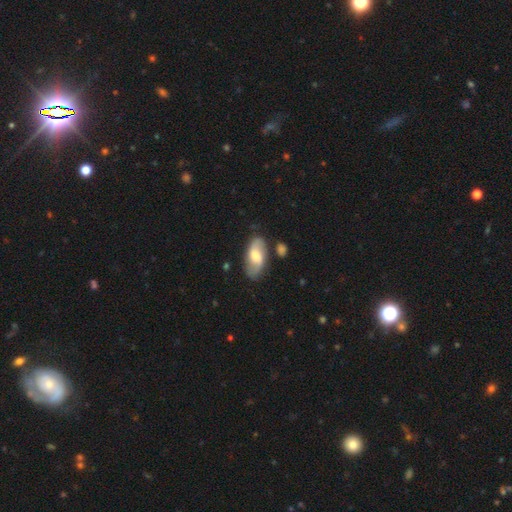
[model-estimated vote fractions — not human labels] featured or disk 52%, smooth 42%, star or artifact 6%. Down the decision tree: edge-on disk — no (91%); merging — none (74%).